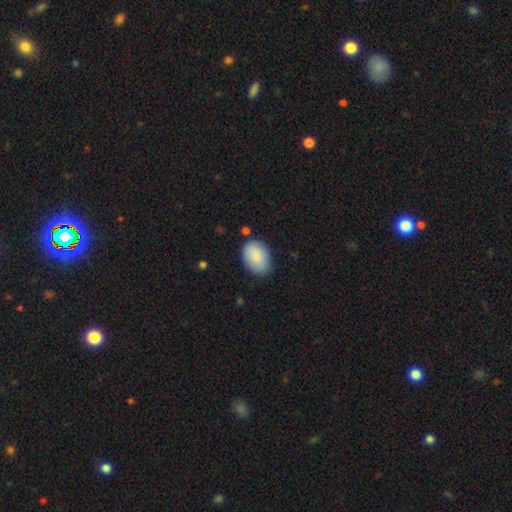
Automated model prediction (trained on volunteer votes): smooth 87%, featured or disk 7%, star or artifact 6%. Down the decision tree: how rounded — in between (82%); merging — none (78%).